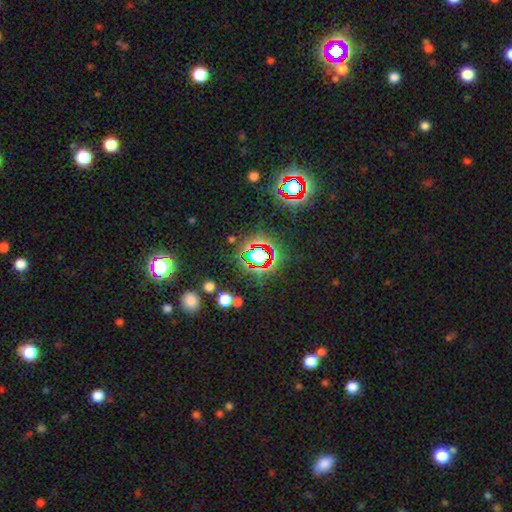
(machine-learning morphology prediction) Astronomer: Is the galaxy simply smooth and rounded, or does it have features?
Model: star or artifact — 70%.